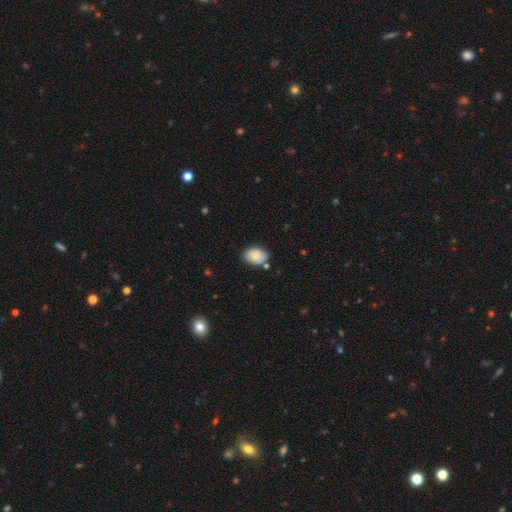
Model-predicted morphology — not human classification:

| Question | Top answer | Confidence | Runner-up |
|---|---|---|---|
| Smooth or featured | smooth | 80% | featured or disk (13%) |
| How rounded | in between | 71% | round (28%) |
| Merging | none | 74% | minor disturbance (18%) |